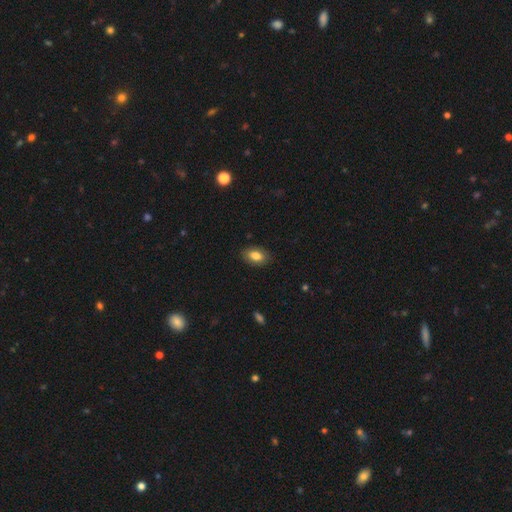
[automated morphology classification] The model was most divided on "smooth or featured": smooth: 82%, featured or disk: 10%, star or artifact: 8%. More confident: how rounded — in between (90%); merging — none (87%).